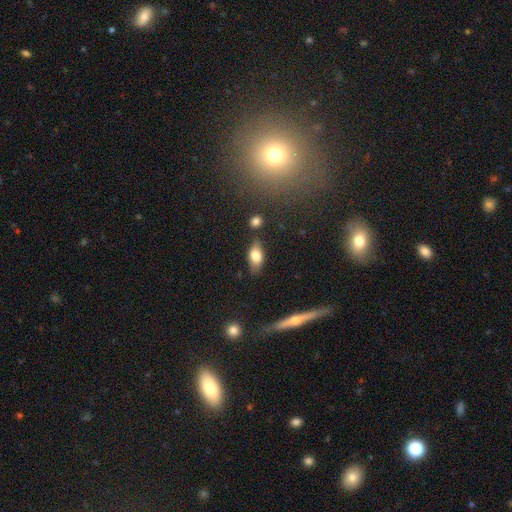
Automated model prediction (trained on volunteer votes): smooth 72%, featured or disk 21%, star or artifact 8%. Down the decision tree: how rounded — in between (86%); merging — none (74%).